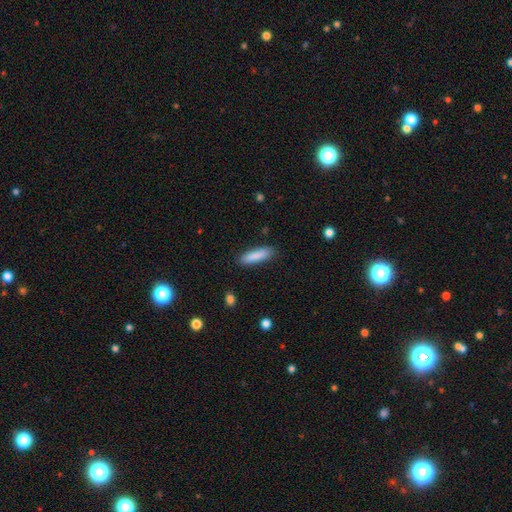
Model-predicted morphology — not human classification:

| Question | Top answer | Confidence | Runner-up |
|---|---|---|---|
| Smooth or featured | smooth | 87% | featured or disk (7%) |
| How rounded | cigar-shaped | 68% | in between (31%) |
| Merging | none | 87% | minor disturbance (10%) |